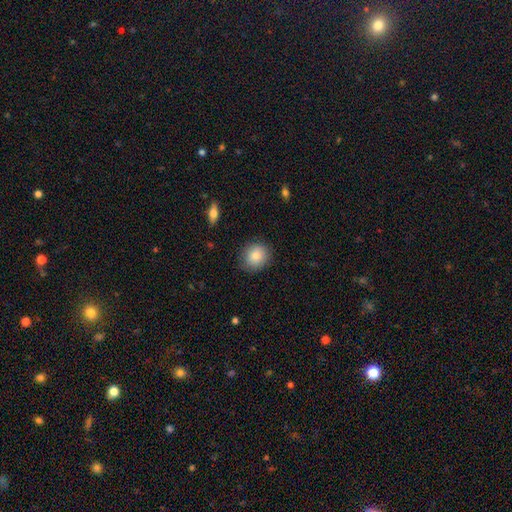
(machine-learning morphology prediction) Smooth or featured: smooth — 82% (featured or disk — 9%)
How rounded: round — 75% (in between — 24%)
Merging: none — 83% (minor disturbance — 13%)